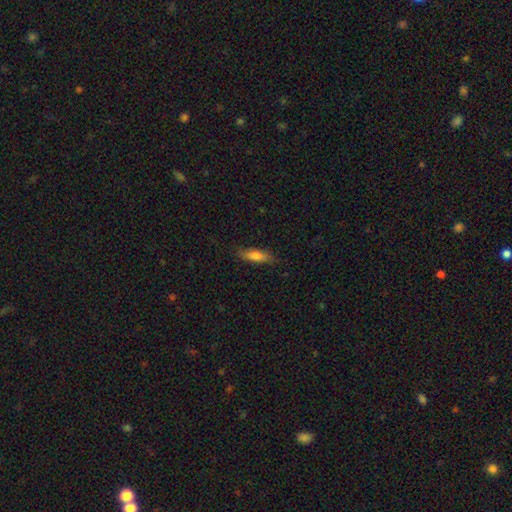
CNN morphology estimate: Smooth or featured? smooth (76%)
How rounded? cigar-shaped (50%)
Merging? none (82%)